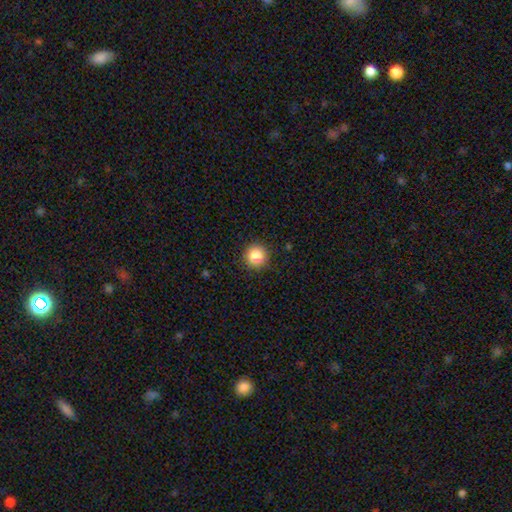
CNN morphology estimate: smooth_or_featured: smooth (p=0.86) [alt: star or artifact p=0.10]
how_rounded: round (p=0.95) [alt: in between p=0.04]
merging: none (p=0.91) [alt: minor disturbance p=0.06]